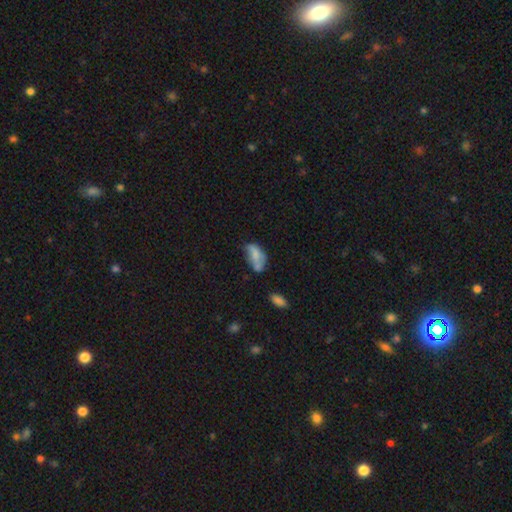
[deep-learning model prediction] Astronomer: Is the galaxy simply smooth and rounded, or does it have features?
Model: smooth — 63%.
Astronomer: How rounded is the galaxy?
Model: in between — 90%.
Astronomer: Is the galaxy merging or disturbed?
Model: none — 34% (runner-up: minor disturbance, 33%).